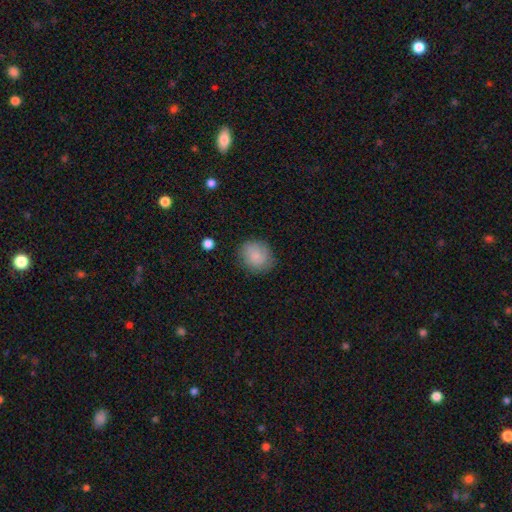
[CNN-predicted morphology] A smooth galaxy with no disk features (83%) that is round (76%).

Vote fractions:
- Smooth or featured? smooth: 83% / featured or disk: 10% / star or artifact: 7%
- How rounded? round: 76% / in between: 23% / cigar-shaped: 1%
- Merging? none: 80% / minor disturbance: 14% / major disturbance: 4% / merger: 1%